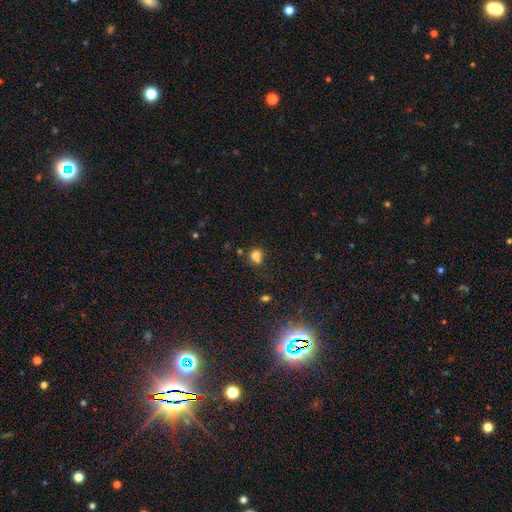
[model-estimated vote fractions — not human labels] smooth_or_featured: smooth (p=0.75) [alt: star or artifact p=0.15]
how_rounded: round (p=0.68) [alt: in between p=0.31]
merging: none (p=0.42) [alt: merger p=0.35]